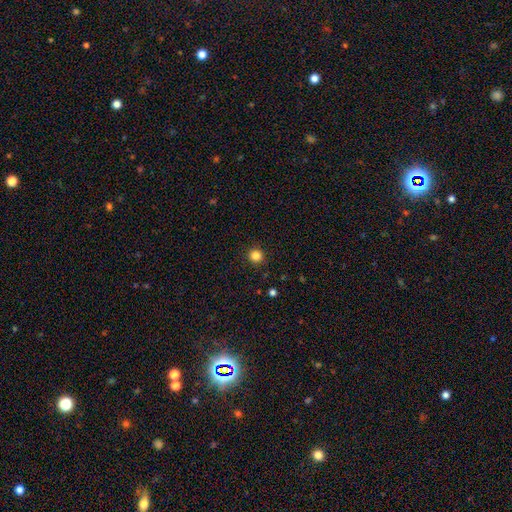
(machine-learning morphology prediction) smooth 84%, star or artifact 12%, featured or disk 4%. Down the decision tree: how rounded — round (93%); merging — none (92%).